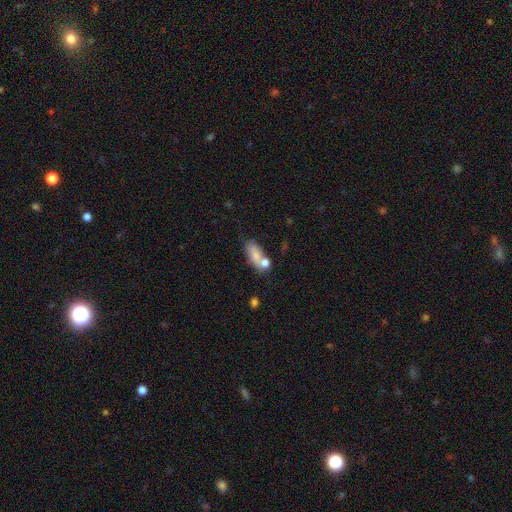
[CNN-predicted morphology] The model was most divided on "merging": none: 45%, merger: 28%, minor disturbance: 19%, major disturbance: 9%. More confident: how rounded — in between (81%); smooth or featured — smooth (75%).